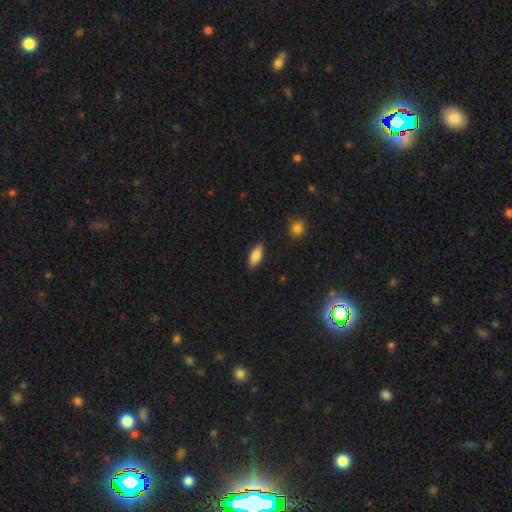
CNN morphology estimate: Smooth or featured?
  - smooth: 77% *
  - featured or disk: 16%
  - star or artifact: 7%
How rounded?
  - in between: 75% *
  - cigar-shaped: 22%
  - round: 3%
Merging?
  - none: 85% *
  - minor disturbance: 12%
  - major disturbance: 2%
  - merger: 1%